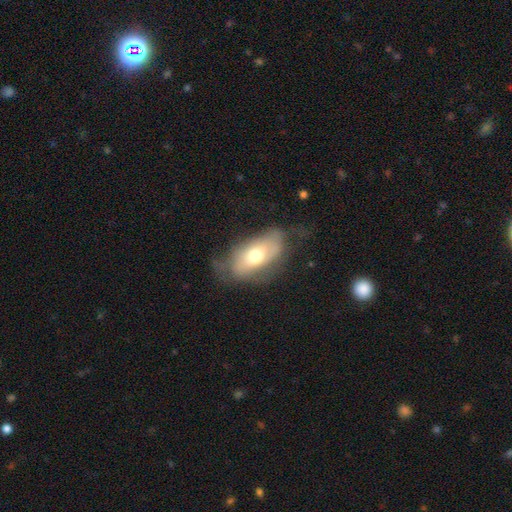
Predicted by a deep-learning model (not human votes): Smooth or featured: smooth — 56% (featured or disk — 37%)
How rounded: in between — 89% (cigar-shaped — 7%)
Merging: none — 47% (minor disturbance — 32%)